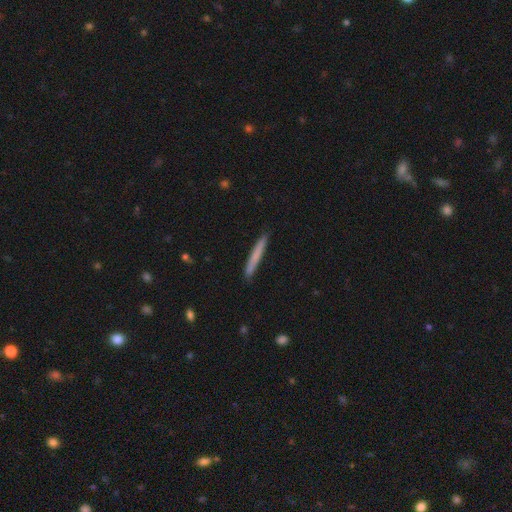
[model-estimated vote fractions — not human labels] Q: Smooth or featured?
A: smooth (71%); runner-up: featured or disk (24%)
Q: How rounded?
A: cigar-shaped (97%); runner-up: in between (2%)
Q: Merging?
A: none (89%); runner-up: minor disturbance (8%)